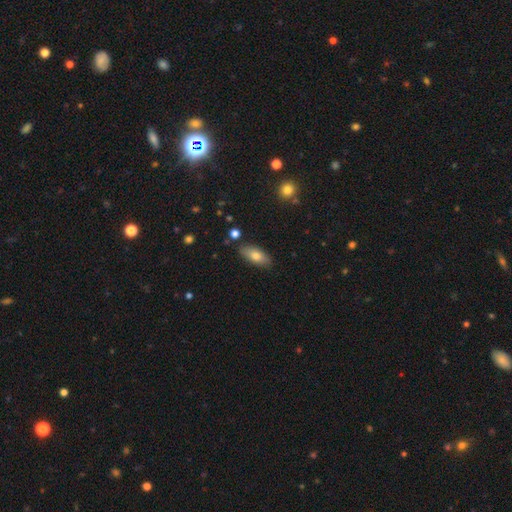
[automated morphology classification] smooth-or-featured: smooth: 74% | featured or disk: 19% | star or artifact: 7%
  how-rounded: in between: 82% | cigar-shaped: 14% | round: 4%
  merging: none: 85% | minor disturbance: 10% | merger: 2% | major disturbance: 2%